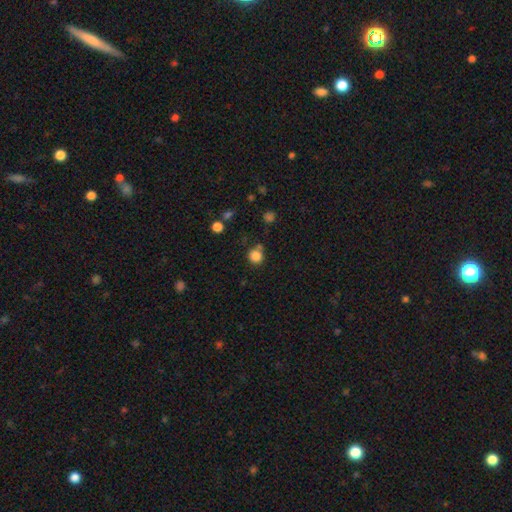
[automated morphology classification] smooth 84%, star or artifact 12%, featured or disk 4%. Down the decision tree: how rounded — round (90%); merging — none (72%).